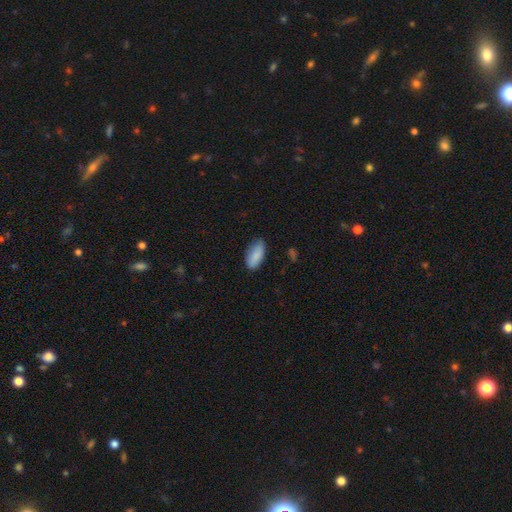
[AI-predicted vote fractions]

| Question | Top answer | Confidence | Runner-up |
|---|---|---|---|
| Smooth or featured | smooth | 88% | star or artifact (6%) |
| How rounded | in between | 90% | cigar-shaped (8%) |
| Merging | none | 75% | minor disturbance (20%) |